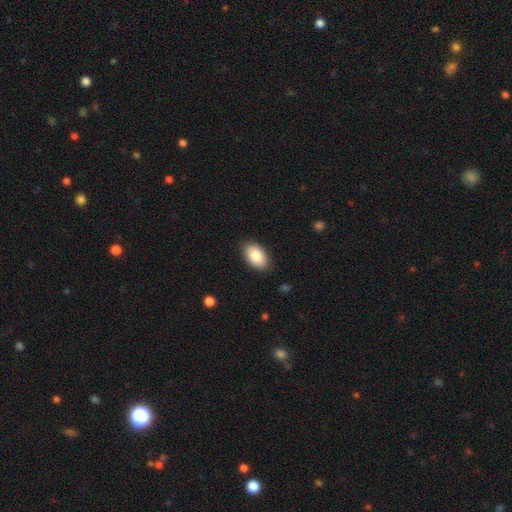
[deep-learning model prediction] This is clearly a smooth galaxy (86%). How rounded: clearly in between (93%). Merging: clearly none (87%).